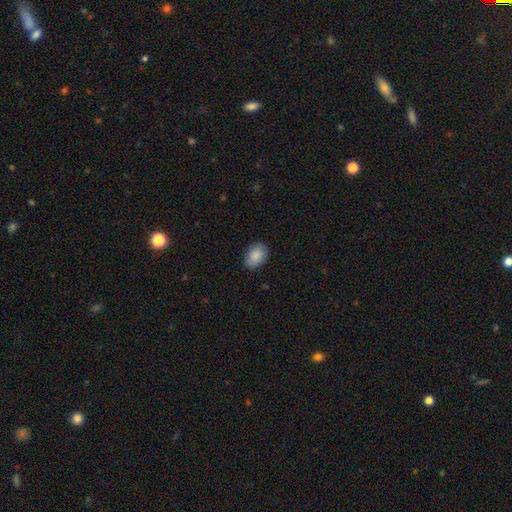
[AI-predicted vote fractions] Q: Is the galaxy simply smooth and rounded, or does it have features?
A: smooth — 89%.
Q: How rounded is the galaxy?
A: in between — 84%.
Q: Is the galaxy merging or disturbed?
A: none — 86%.